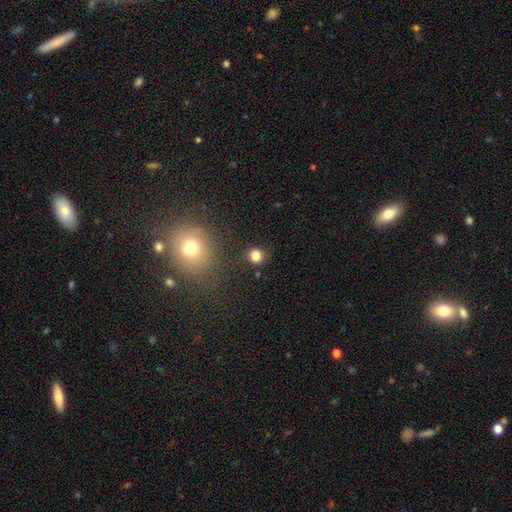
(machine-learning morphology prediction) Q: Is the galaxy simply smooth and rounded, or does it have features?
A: smooth — 82%.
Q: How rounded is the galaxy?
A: round — 86%.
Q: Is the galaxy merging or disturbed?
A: none — 84%.